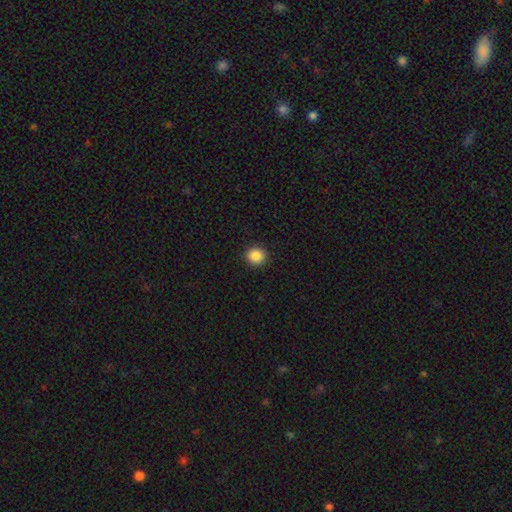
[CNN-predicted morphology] A smooth galaxy with no disk features (87%) that is round (91%).

Vote fractions:
- Smooth or featured? smooth: 87% / star or artifact: 10% / featured or disk: 3%
- How rounded? round: 91% / in between: 8% / cigar-shaped: 1%
- Merging? none: 92% / minor disturbance: 5% / major disturbance: 2% / merger: 1%